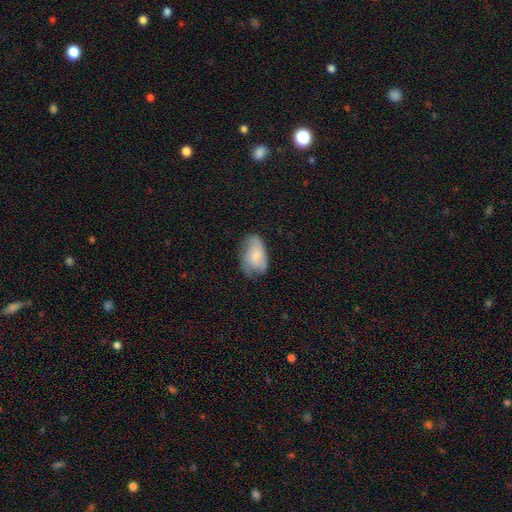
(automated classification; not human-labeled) smooth_or_featured: smooth (p=0.63) [alt: featured or disk p=0.30]
how_rounded: in between (p=0.89) [alt: round p=0.09]
merging: none (p=0.46) [alt: minor disturbance p=0.36]